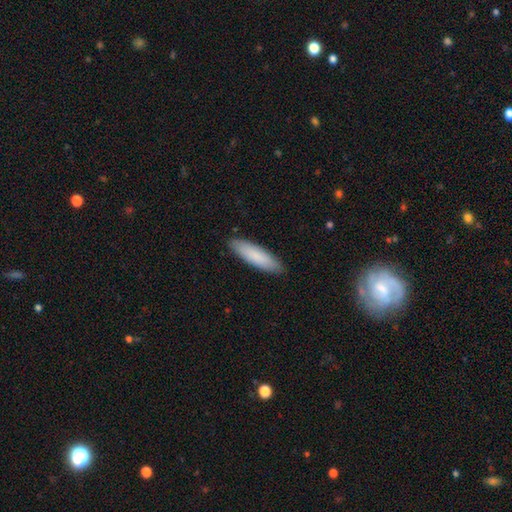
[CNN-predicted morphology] The model was most divided on "how rounded": cigar-shaped: 64%, in between: 34%, round: 1%. More confident: merging — none (89%); smooth or featured — smooth (85%).